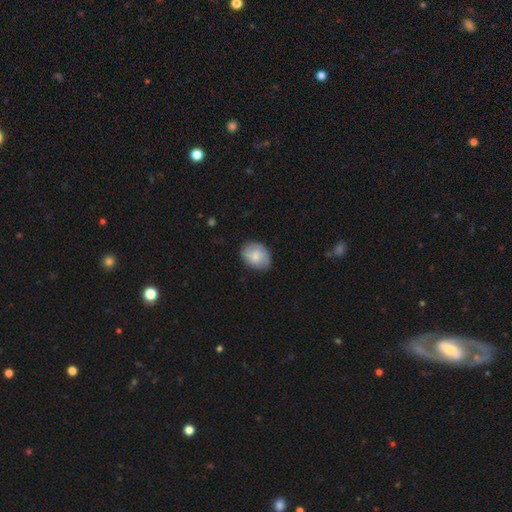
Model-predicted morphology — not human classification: This is likely a smooth galaxy (71%). How rounded: likely in between (61%). Merging: likely none (78%).